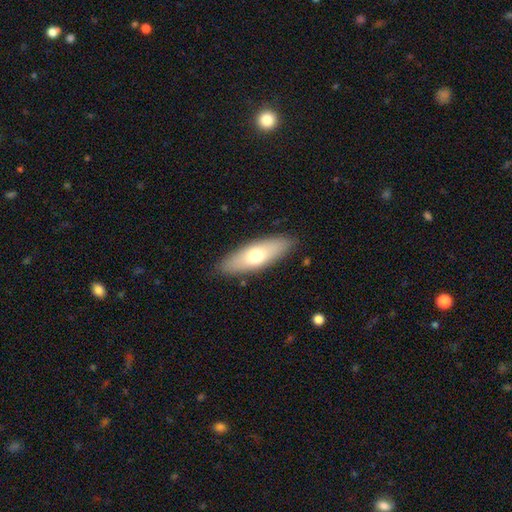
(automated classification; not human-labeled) smooth-or-featured: smooth: 65% | featured or disk: 29% | star or artifact: 6%
  how-rounded: in between: 61% | cigar-shaped: 36% | round: 3%
  merging: none: 87% | minor disturbance: 9% | major disturbance: 3% | merger: 1%